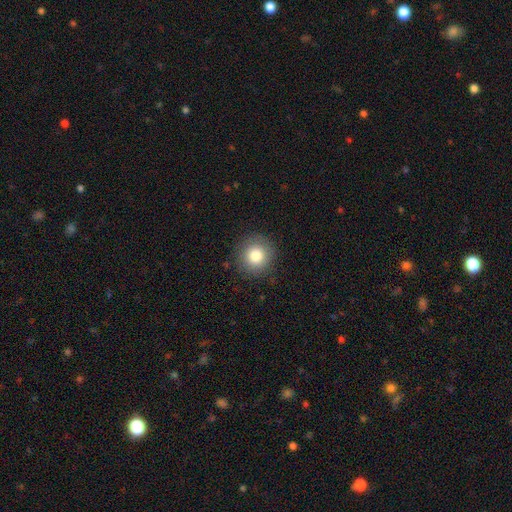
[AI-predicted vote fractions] This is clearly a smooth galaxy (81%). How rounded: clearly round (94%). Merging: clearly none (89%).